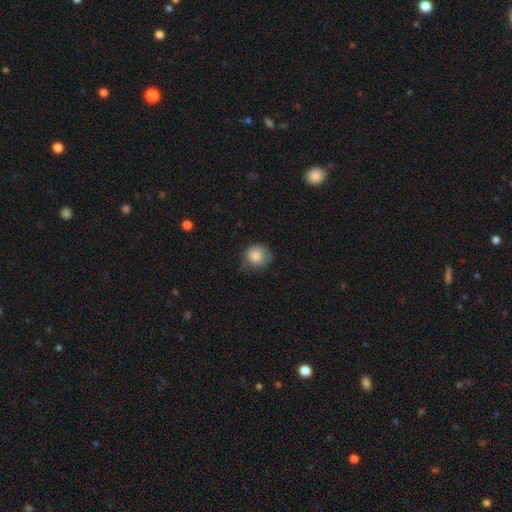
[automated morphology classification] type=smooth (82%); roundness=round (84%); merging=none (56%).